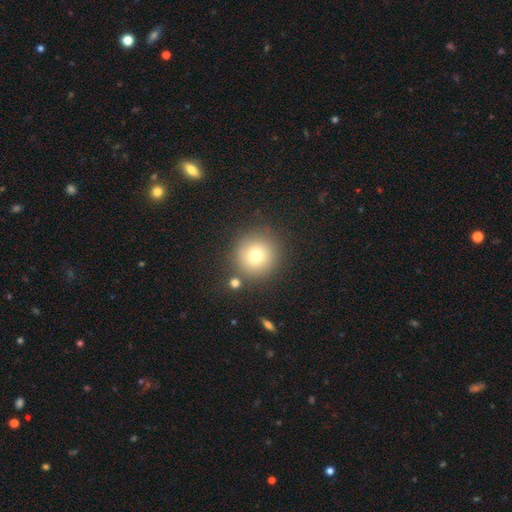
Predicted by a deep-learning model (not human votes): smooth_or_featured: smooth (p=0.73) [alt: star or artifact p=0.14]
how_rounded: round (p=0.94) [alt: in between p=0.05]
merging: none (p=0.83) [alt: minor disturbance p=0.08]